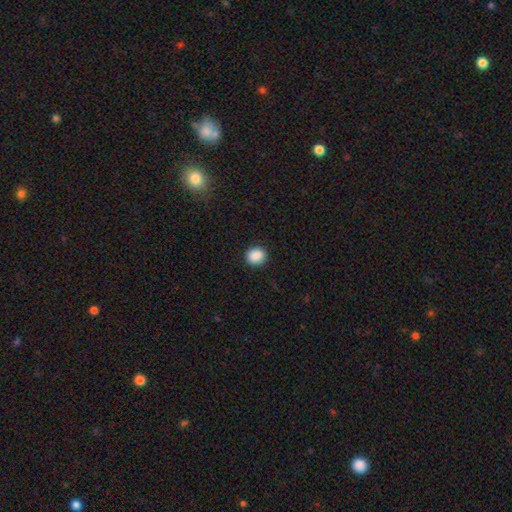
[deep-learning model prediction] The model was most divided on "how rounded": round: 78%, in between: 21%, cigar-shaped: 1%. More confident: merging — none (90%); smooth or featured — smooth (89%).